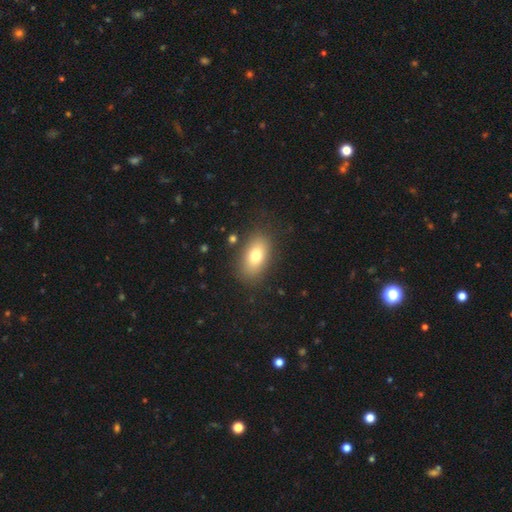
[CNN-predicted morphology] smooth_or_featured: smooth (p=0.77) [alt: featured or disk p=0.14]
how_rounded: in between (p=0.89) [alt: round p=0.08]
merging: none (p=0.83) [alt: minor disturbance p=0.11]